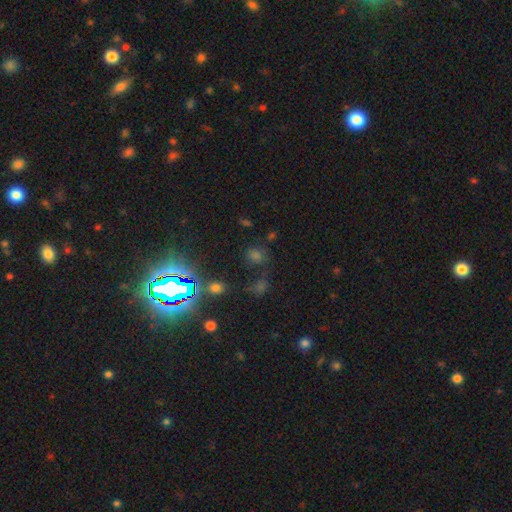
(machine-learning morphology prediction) This appears to be a star or artifact, not a galaxy (53%).